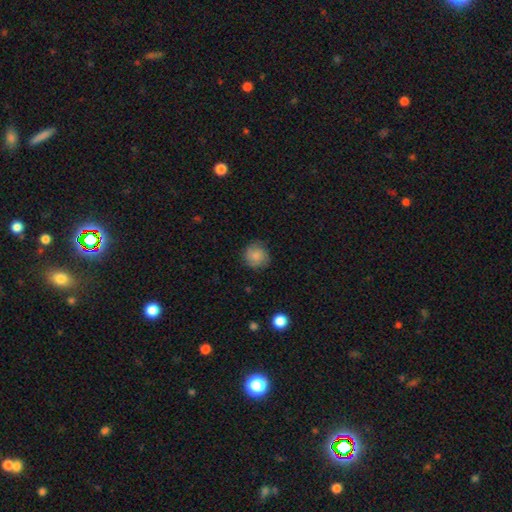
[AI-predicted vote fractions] A smooth galaxy with no disk features (81%) that is round (91%). Merging: none (82%).